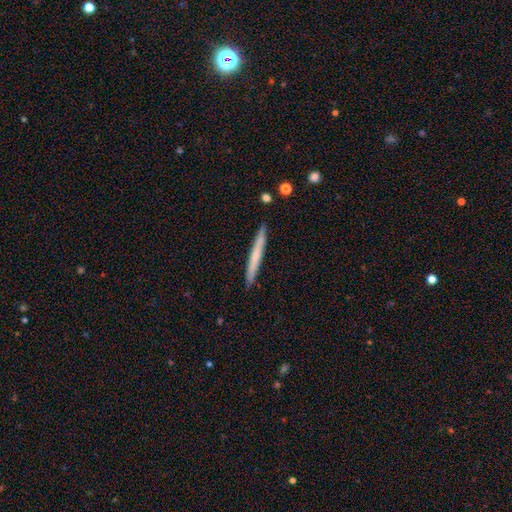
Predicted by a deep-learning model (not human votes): smooth 57%, featured or disk 38%, star or artifact 6%. Down the decision tree: how rounded — cigar-shaped (97%); merging — none (92%).